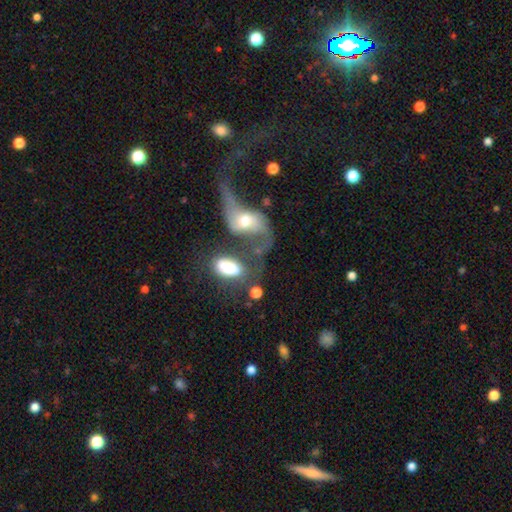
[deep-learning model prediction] A featured or disk galaxy (75%) with no bar (50%), 2 (76%) loose (81%) spiral arms (85%) and a moderate central bulge (54%).

Vote fractions:
- Smooth or featured? featured or disk: 75% / smooth: 16% / star or artifact: 9%
- Edge-on disk? no: 94% / yes: 6%
- Bar? no: 50% / weak: 32% / strong: 18%
- Spiral arms? yes: 85% / no: 15%
- Spiral winding? loose: 81% / medium: 15% / tight: 4%
- Spiral arm count? 2: 76% / 1: 14% / can't tell: 5% / 3: 2% / 4: 1% / more than 4: 1%
- Bulge size? moderate: 54% / small: 29% / large: 11% / none: 3% / dominant: 3%
- Merging? merger: 45% / major disturbance: 23% / none: 23% / minor disturbance: 10%